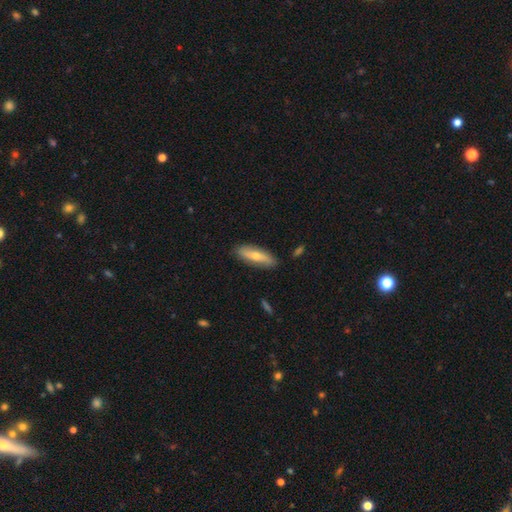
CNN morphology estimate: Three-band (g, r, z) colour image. It shows a smooth galaxy with no disk features (54%) that is cigar-shaped (53%). Merging: none (86%).